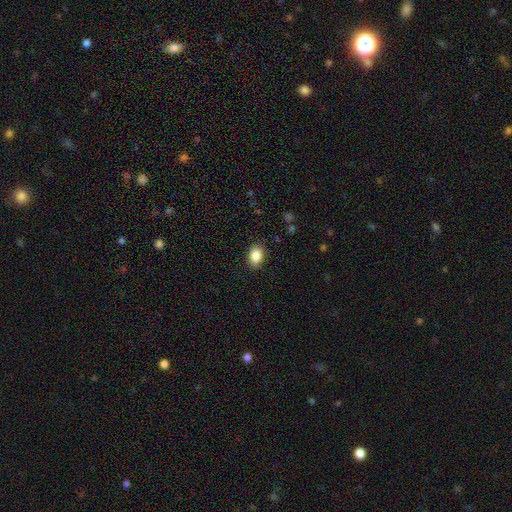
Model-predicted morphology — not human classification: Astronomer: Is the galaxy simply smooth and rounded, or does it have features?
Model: smooth — 87%.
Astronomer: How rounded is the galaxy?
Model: in between — 78%.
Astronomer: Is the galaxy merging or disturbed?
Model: none — 88%.